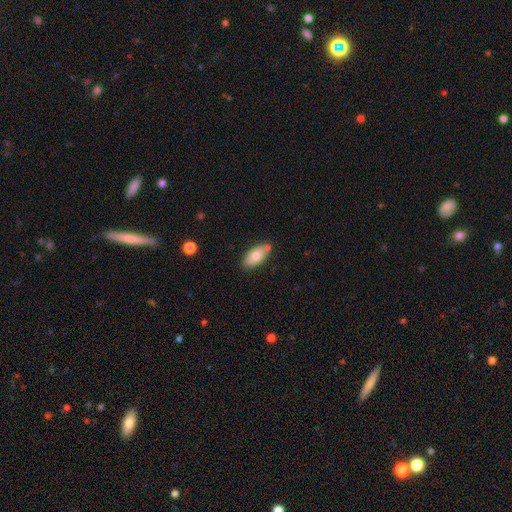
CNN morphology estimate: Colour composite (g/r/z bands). It shows a smooth galaxy with no disk features (75%) that is in between round and cigar-shaped (93%). Merging: none (71%).